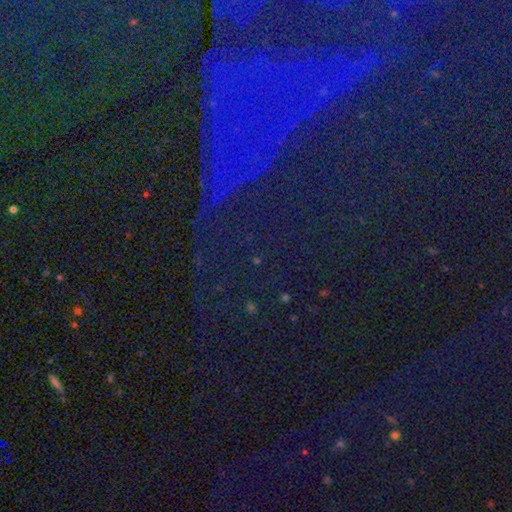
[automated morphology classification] The model was most divided on "smooth or featured": star or artifact: 81%, smooth: 10%, featured or disk: 10%.